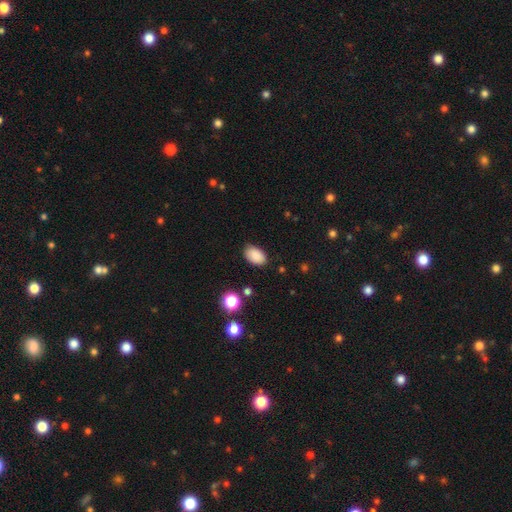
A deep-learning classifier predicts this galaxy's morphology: A smooth galaxy with no disk features (88%) that is in between round and cigar-shaped (90%). Merging: none (85%).